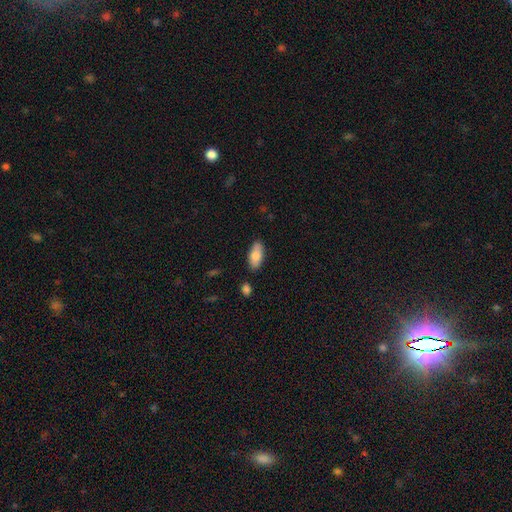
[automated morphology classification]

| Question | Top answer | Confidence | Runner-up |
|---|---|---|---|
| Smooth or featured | smooth | 84% | featured or disk (10%) |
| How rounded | in between | 88% | cigar-shaped (10%) |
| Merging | none | 84% | minor disturbance (11%) |